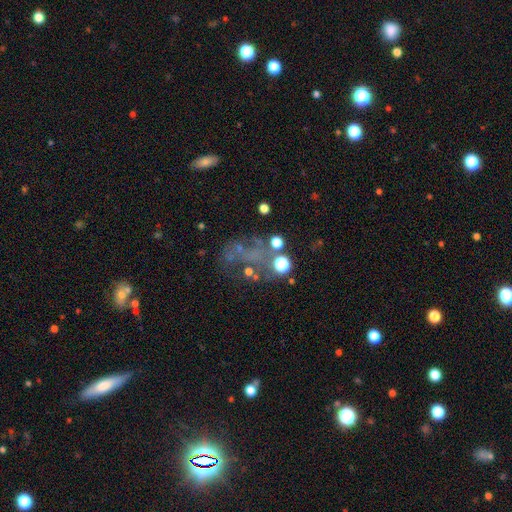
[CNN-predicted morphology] star or artifact 43%, featured or disk 33%, smooth 24%.